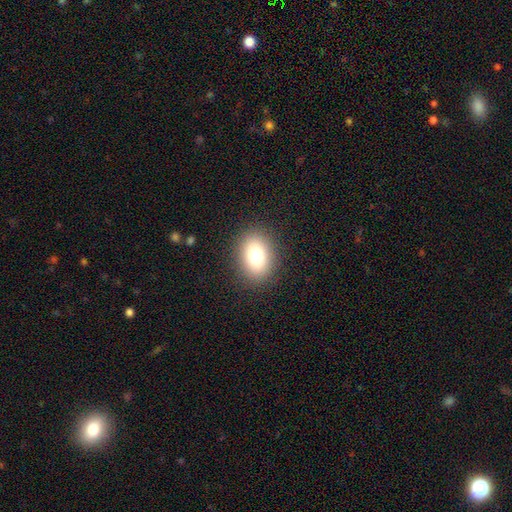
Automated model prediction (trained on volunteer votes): Smooth or featured: smooth — 76% (star or artifact — 12%)
How rounded: in between — 68% (round — 31%)
Merging: none — 87% (minor disturbance — 8%)